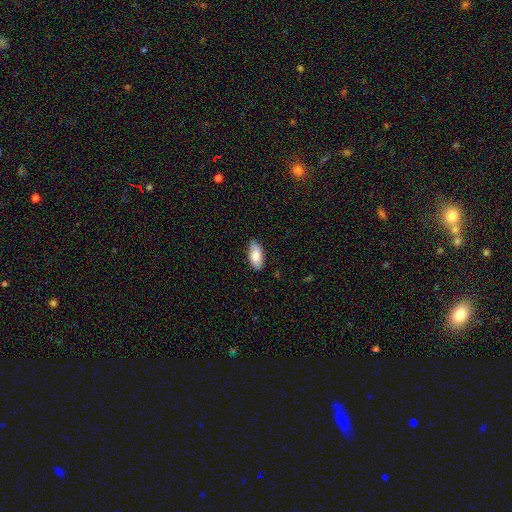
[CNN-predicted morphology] Smooth or featured? smooth (79%)
How rounded? in between (90%)
Merging? none (82%)